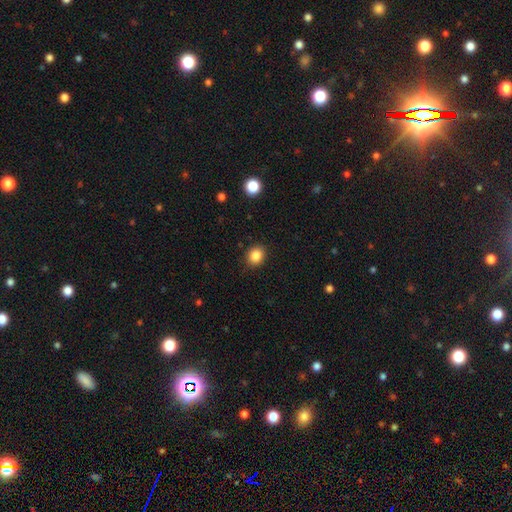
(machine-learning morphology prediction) Smooth or featured?
  - smooth: 85% *
  - star or artifact: 10%
  - featured or disk: 5%
How rounded?
  - round: 68% *
  - in between: 32%
  - cigar-shaped: 1%
Merging?
  - none: 90% *
  - minor disturbance: 7%
  - major disturbance: 2%
  - merger: 1%